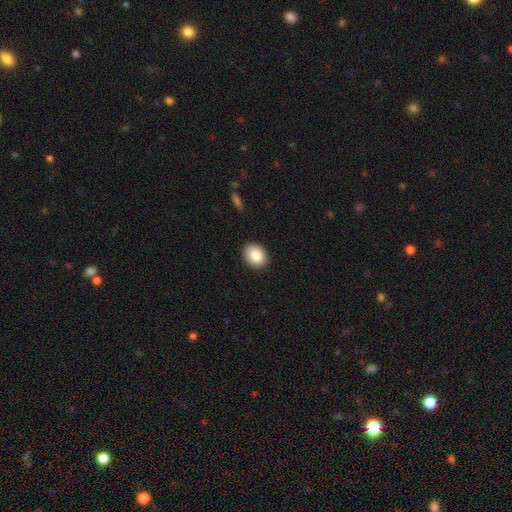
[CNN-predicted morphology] This is clearly a smooth galaxy (86%). How rounded: likely in between (66%). Merging: clearly none (88%).